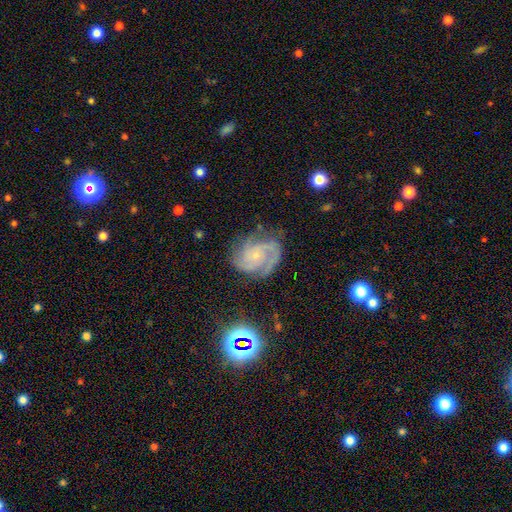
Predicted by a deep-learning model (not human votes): featured or disk 87%, star or artifact 7%, smooth 6%. Down the decision tree: edge-on disk — no (98%); bar — no (73%); spiral arms — yes (97%); spiral arm count — 3 (36%); spiral winding — tight (53%); bulge size — small (80%); merging — none (68%).